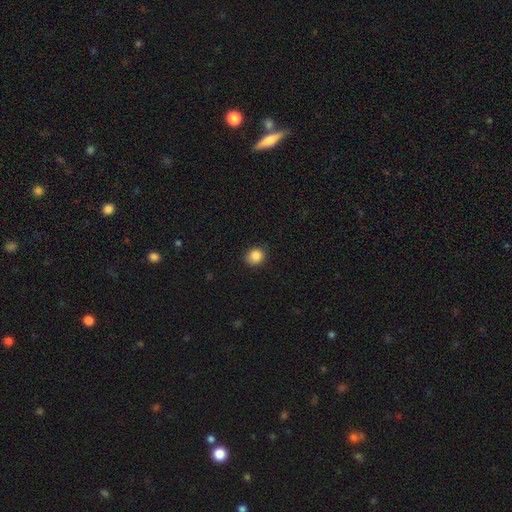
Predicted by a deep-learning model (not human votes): Q: Smooth or featured?
A: smooth (86%); runner-up: star or artifact (10%)
Q: How rounded?
A: round (78%); runner-up: in between (21%)
Q: Merging?
A: none (83%); runner-up: minor disturbance (14%)